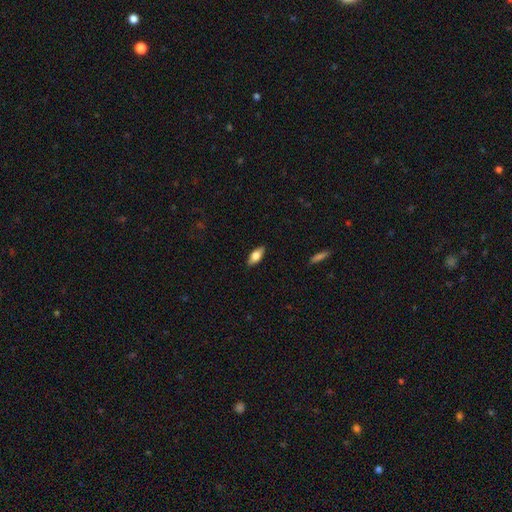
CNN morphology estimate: smooth 71%, featured or disk 22%, star or artifact 7%. Down the decision tree: how rounded — in between (81%); merging — none (88%).